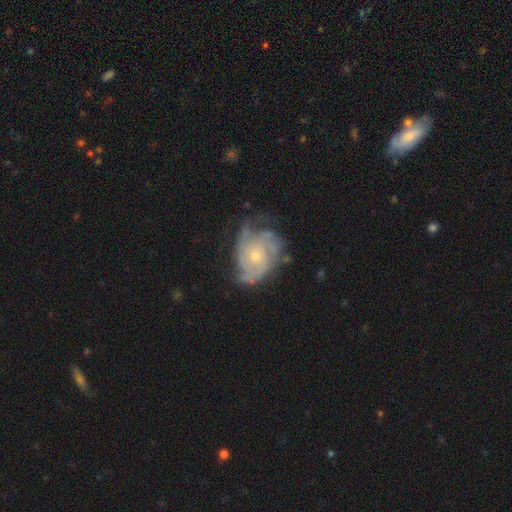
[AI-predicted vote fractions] Smooth or featured?
  - featured or disk: 85% *
  - smooth: 10%
  - star or artifact: 5%
Edge-on disk?
  - no: 98% *
  - yes: 2%
Bar?
  - no: 78% *
  - weak: 19%
  - strong: 3%
Spiral arms?
  - yes: 95% *
  - no: 5%
Spiral winding?
  - tight: 58% *
  - medium: 33%
  - loose: 9%
Spiral arm count?
  - can't tell: 28% * (tied)
  - 3: 28% * (tied)
  - 2: 17%
  - 4: 16%
  - more than 4: 6%
  - 1: 6%
Bulge size?
  - small: 61% *
  - moderate: 35%
  - none: 2%
  - large: 1%
  - dominant: 1%
Merging?
  - none: 58% *
  - minor disturbance: 26%
  - major disturbance: 14%
  - merger: 2%